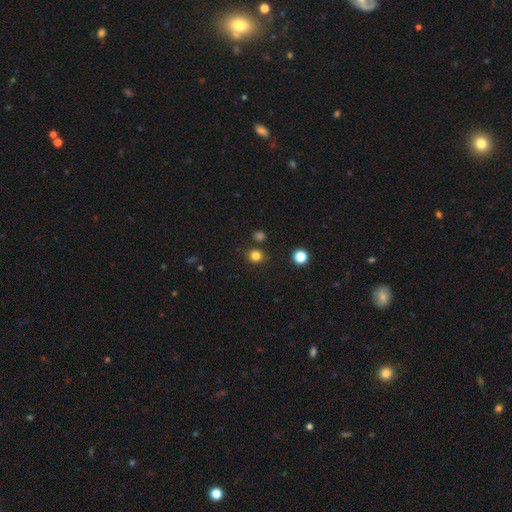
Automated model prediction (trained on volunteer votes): Smooth or featured? smooth (81%)
How rounded? round (85%)
Merging? none (86%)